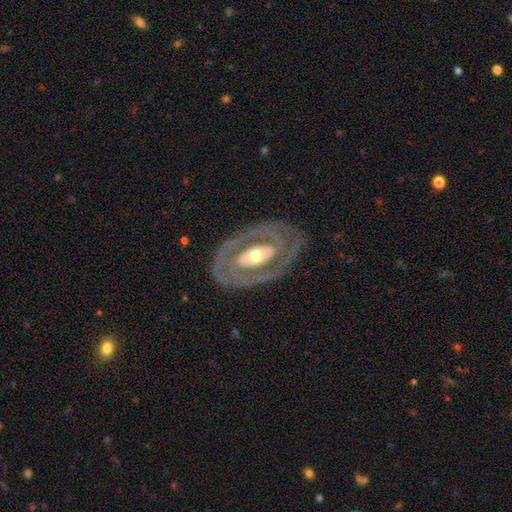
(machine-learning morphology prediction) A featured or disk galaxy (81%) with no bar (37%), spiral arms (61%) and a moderate central bulge (65%).

Vote fractions:
- Smooth or featured? featured or disk: 81% / smooth: 13% / star or artifact: 6%
- Edge-on disk? no: 92% / yes: 8%
- Bar? no: 37% / weak: 32% / strong: 32%
- Spiral arms? yes: 61% / no: 39%
- Bulge size? moderate: 65% / small: 26% / large: 7% / dominant: 1% / none: 1%
- Merging? none: 80% / minor disturbance: 13% / major disturbance: 6% / merger: 1%